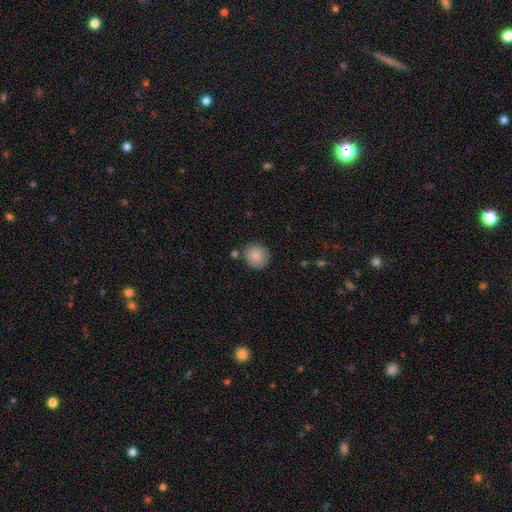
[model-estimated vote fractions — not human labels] Smooth or featured? smooth (86%)
How rounded? round (90%)
Merging? none (80%)